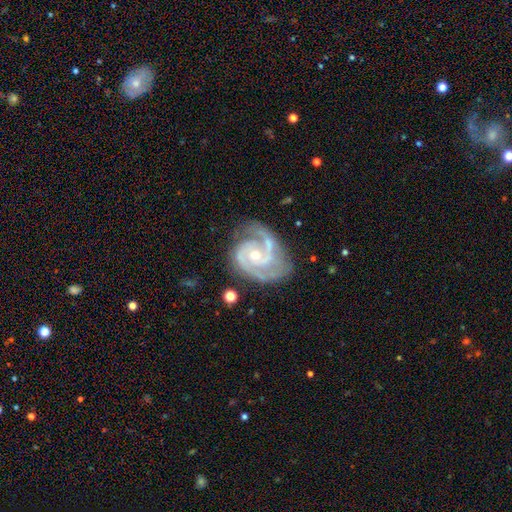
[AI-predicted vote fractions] A featured or disk galaxy (92%) with no bar (62%), 2 (73%) tight (50%) spiral arms (98%) and a small central bulge (55%).

Vote fractions:
- Smooth or featured? featured or disk: 92% / star or artifact: 5% / smooth: 3%
- Edge-on disk? no: 98% / yes: 2%
- Bar? no: 62% / weak: 29% / strong: 9%
- Spiral arms? yes: 98% / no: 2%
- Spiral winding? tight: 50% / medium: 44% / loose: 6%
- Spiral arm count? 2: 73% / 3: 16% / can't tell: 4% / 1: 3% / 4: 2% / more than 4: 2%
- Bulge size? small: 55% / moderate: 42% / large: 1% / none: 1% / dominant: 1%
- Merging? none: 69% / minor disturbance: 20% / major disturbance: 8% / merger: 3%